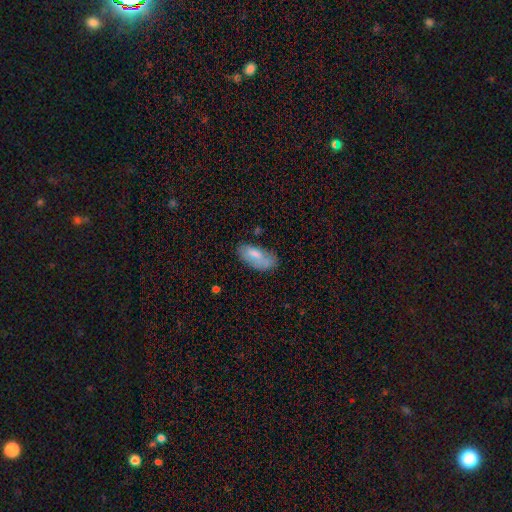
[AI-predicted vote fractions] This is likely a smooth galaxy (74%). How rounded: clearly in between (89%). Merging: possibly none (53%).